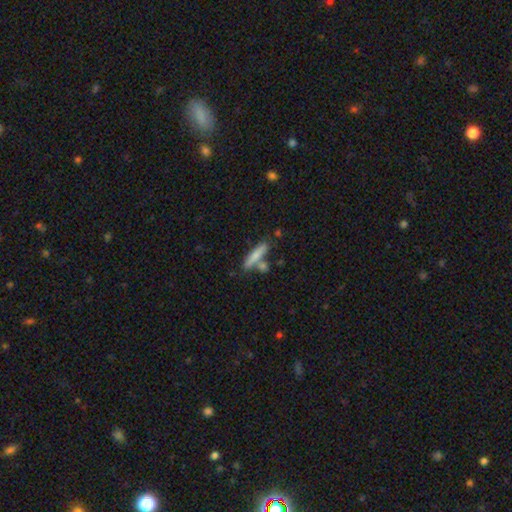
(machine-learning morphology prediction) type=smooth (71%); roundness=cigar-shaped (82%); merging=none (67%).